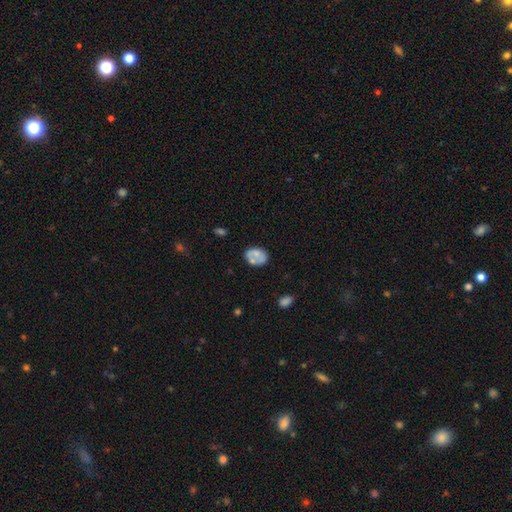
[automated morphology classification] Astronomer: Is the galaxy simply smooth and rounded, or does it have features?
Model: smooth — 60%.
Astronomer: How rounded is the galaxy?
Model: in between — 71%.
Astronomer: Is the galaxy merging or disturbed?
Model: none — 50%.